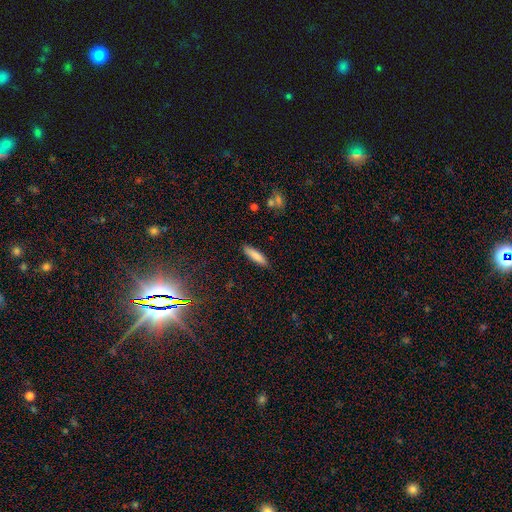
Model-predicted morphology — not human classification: The model was most divided on "how rounded": cigar-shaped: 74%, in between: 24%, round: 1%. More confident: merging — none (87%); smooth or featured — smooth (81%).